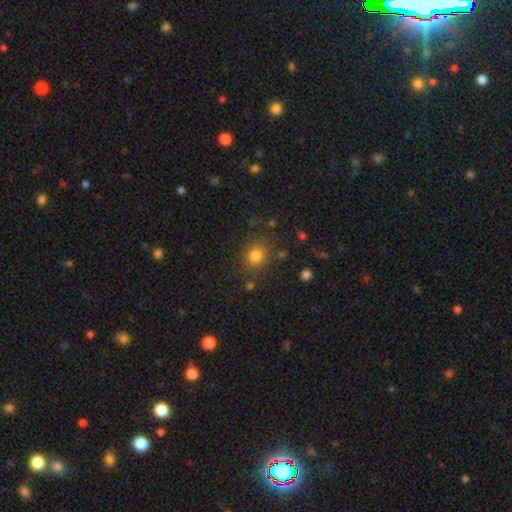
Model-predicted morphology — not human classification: smooth-or-featured: smooth: 80% | star or artifact: 14% | featured or disk: 6%
  how-rounded: round: 72% | in between: 27% | cigar-shaped: 1%
  merging: none: 81% | minor disturbance: 11% | major disturbance: 4% | merger: 4%